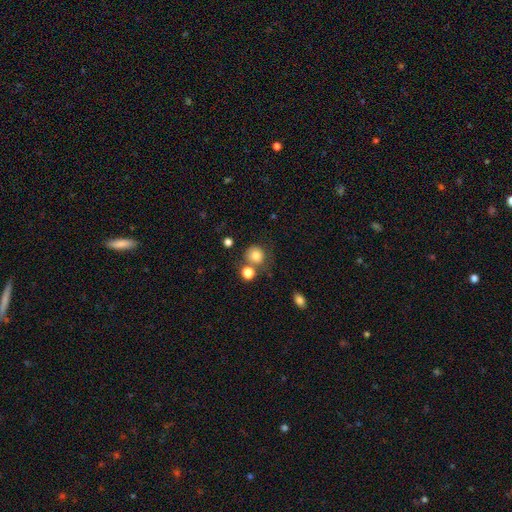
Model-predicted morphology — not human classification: This appears to be a smooth galaxy with no disk features (81%) that is round (84%). Merging: none (59%).